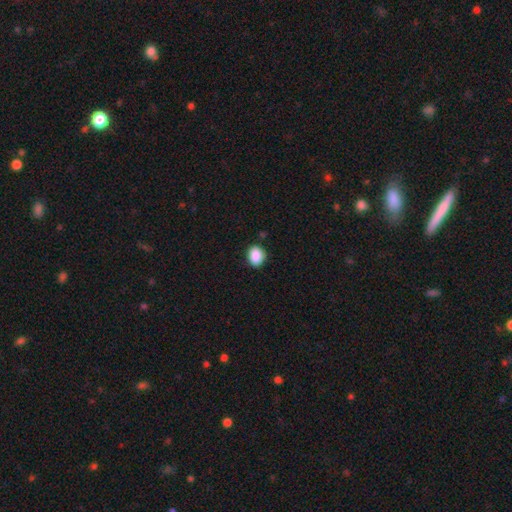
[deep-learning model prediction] Smooth or featured? smooth (89%)
How rounded? in between (57%)
Merging? none (83%)